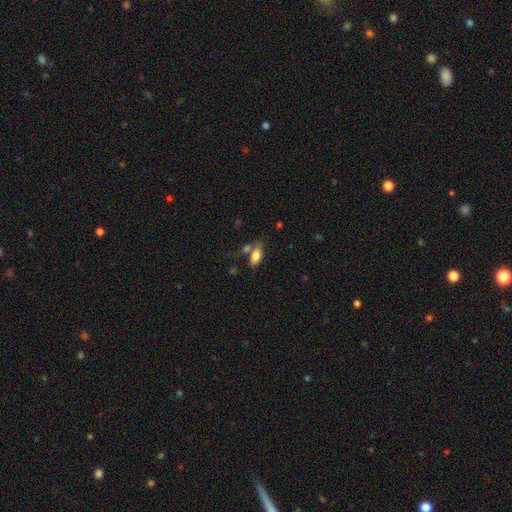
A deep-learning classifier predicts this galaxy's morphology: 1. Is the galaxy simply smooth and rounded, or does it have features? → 81% smooth, 12% featured or disk, 8% star or artifact.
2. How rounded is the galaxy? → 85% in between, 12% cigar-shaped, 3% round.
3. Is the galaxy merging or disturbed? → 58% none, 20% merger, 16% minor disturbance, 6% major disturbance.